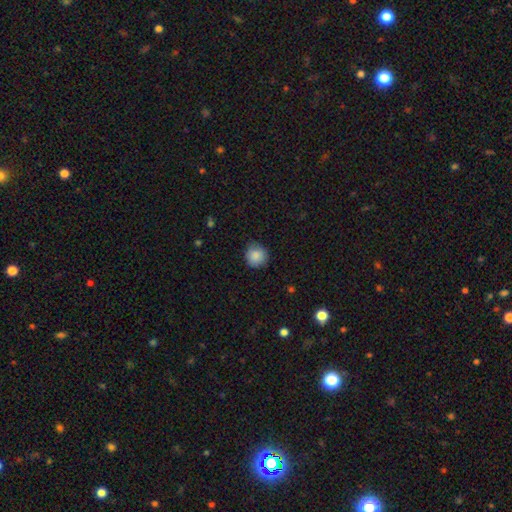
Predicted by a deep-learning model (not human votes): smooth-or-featured: smooth: 87% | star or artifact: 8% | featured or disk: 4%
  how-rounded: round: 92% | in between: 7% | cigar-shaped: 1%
  merging: none: 82% | minor disturbance: 14% | major disturbance: 3% | merger: 1%